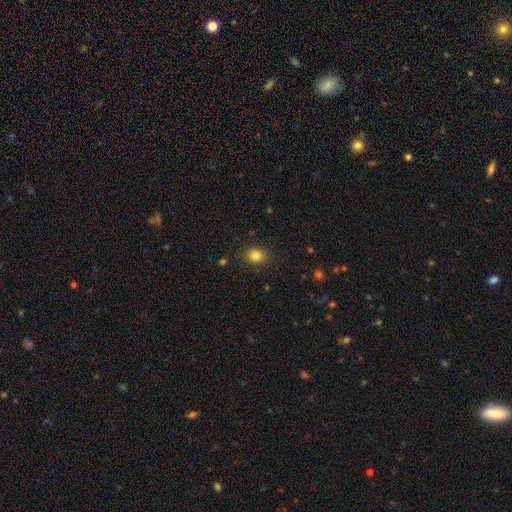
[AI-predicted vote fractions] This is clearly a smooth galaxy (82%). How rounded: possibly in between (50%). Merging: clearly none (84%).